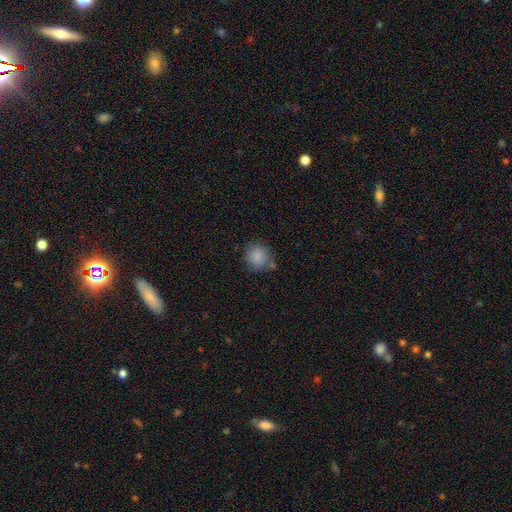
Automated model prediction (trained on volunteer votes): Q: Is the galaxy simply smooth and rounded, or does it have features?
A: smooth — 83%.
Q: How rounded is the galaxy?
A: round — 75%.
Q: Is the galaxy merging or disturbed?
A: none — 68%.